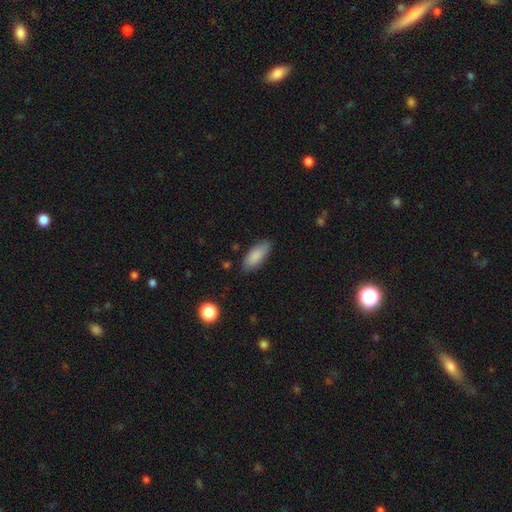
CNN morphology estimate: Smooth or featured? Predicted: smooth (p=0.86). How rounded? Predicted: in between (p=0.78). Merging? Predicted: none (p=0.82).